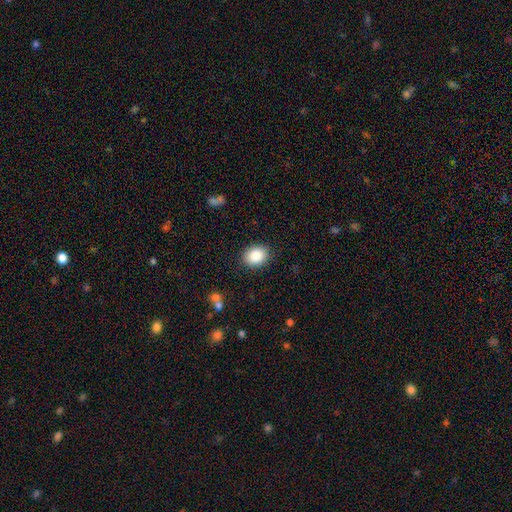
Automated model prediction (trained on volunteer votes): Q: Smooth or featured?
A: smooth (87%); runner-up: star or artifact (8%)
Q: How rounded?
A: in between (60%); runner-up: round (39%)
Q: Merging?
A: none (87%); runner-up: minor disturbance (9%)